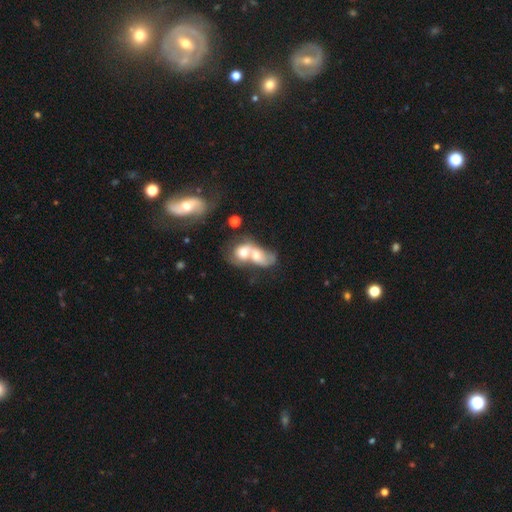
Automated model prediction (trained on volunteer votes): This is possibly a smooth galaxy (48%). Merging: clearly merger (83%).